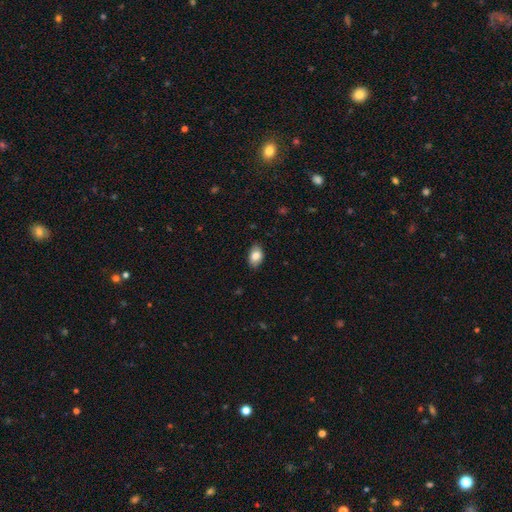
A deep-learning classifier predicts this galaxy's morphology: Smooth or featured: smooth — 81% (featured or disk — 12%)
How rounded: in between — 88% (round — 11%)
Merging: none — 84% (minor disturbance — 13%)